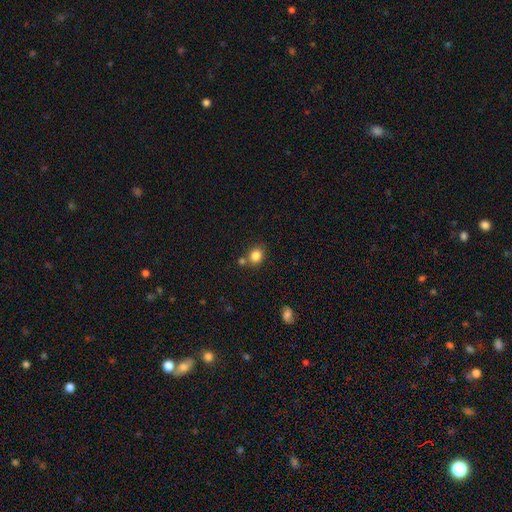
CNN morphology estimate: Smooth or featured?
  - smooth: 83% *
  - star or artifact: 11%
  - featured or disk: 6%
How rounded?
  - round: 72% *
  - in between: 27%
  - cigar-shaped: 1%
Merging?
  - none: 66% *
  - merger: 18%
  - minor disturbance: 12%
  - major disturbance: 3%